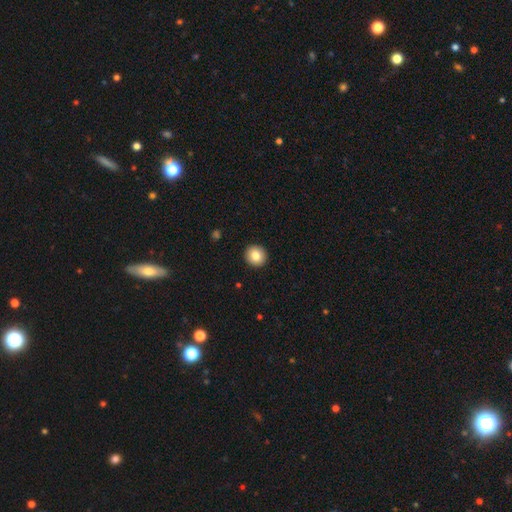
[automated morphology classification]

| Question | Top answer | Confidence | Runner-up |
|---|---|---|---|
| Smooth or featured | smooth | 83% | star or artifact (9%) |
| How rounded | round | 93% | in between (6%) |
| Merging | none | 93% | minor disturbance (4%) |